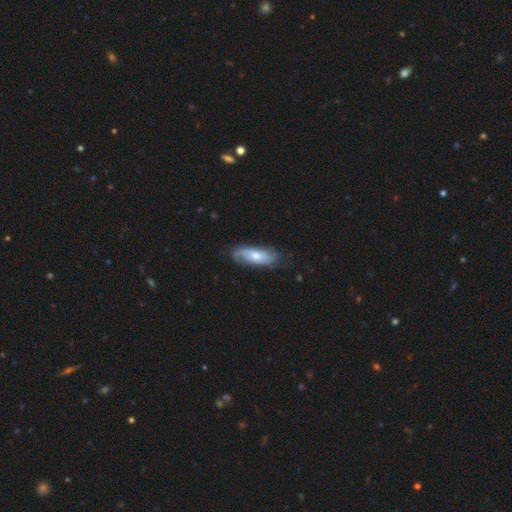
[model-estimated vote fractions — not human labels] The model was most divided on "smooth or featured": featured or disk: 50%, smooth: 44%, star or artifact: 6%. More confident: edge-on disk — no (81%); merging — none (67%).